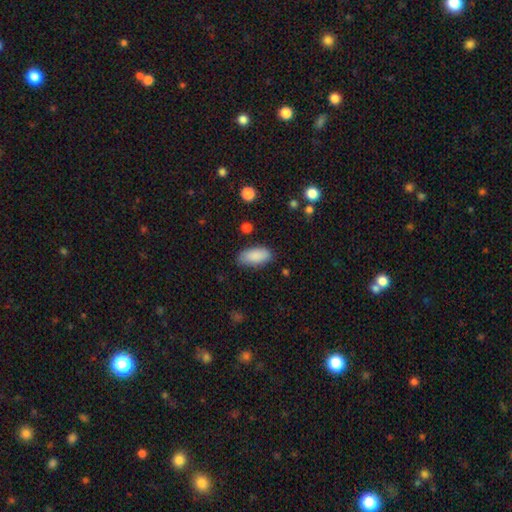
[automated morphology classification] Smooth or featured?
  - smooth: 89% *
  - star or artifact: 6%
  - featured or disk: 5%
How rounded?
  - in between: 88% *
  - cigar-shaped: 10%
  - round: 2%
Merging?
  - none: 81% *
  - minor disturbance: 14%
  - major disturbance: 3%
  - merger: 2%